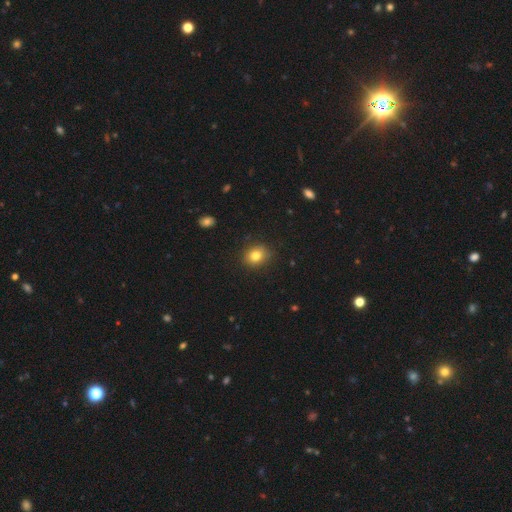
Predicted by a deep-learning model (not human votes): smooth-or-featured: smooth: 81% | star or artifact: 11% | featured or disk: 8%
  how-rounded: round: 62% | in between: 37% | cigar-shaped: 1%
  merging: none: 85% | minor disturbance: 12% | major disturbance: 3% | merger: 1%